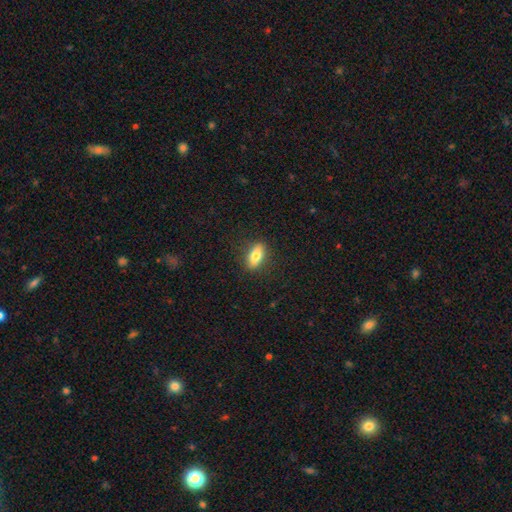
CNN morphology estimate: Overall: smooth (76%). How rounded: in between (77%). Merging: none (86%).